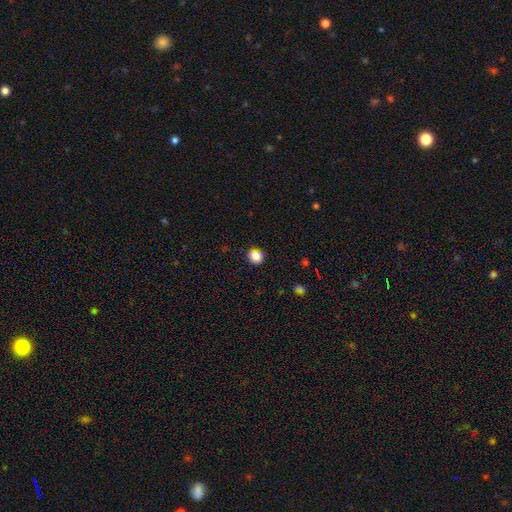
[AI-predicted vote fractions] A smooth galaxy with no disk features (86%) that is round (76%).

Vote fractions:
- Smooth or featured? smooth: 86% / star or artifact: 11% / featured or disk: 3%
- How rounded? round: 76% / in between: 23% / cigar-shaped: 1%
- Merging? none: 83% / minor disturbance: 12% / major disturbance: 3% / merger: 2%